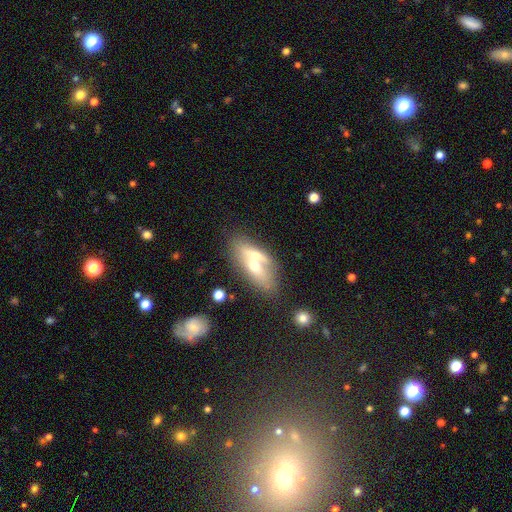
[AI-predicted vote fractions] The model was most divided on "smooth or featured": smooth: 49%, featured or disk: 43%, star or artifact: 8%. Remaining: merging — merger (47%).